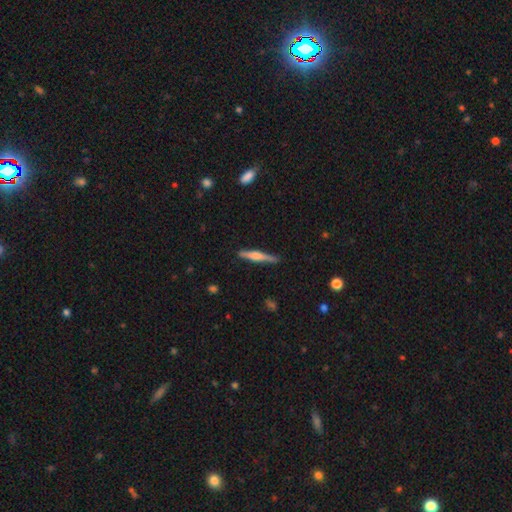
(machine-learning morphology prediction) smooth_or_featured: featured or disk (p=0.58) [alt: smooth p=0.36]
disk_edge_on: yes (p=0.98) [alt: no p=0.02]
edge_on_bulge: rounded (p=0.72) [alt: boxy p=0.18]
merging: none (p=0.87) [alt: minor disturbance p=0.10]